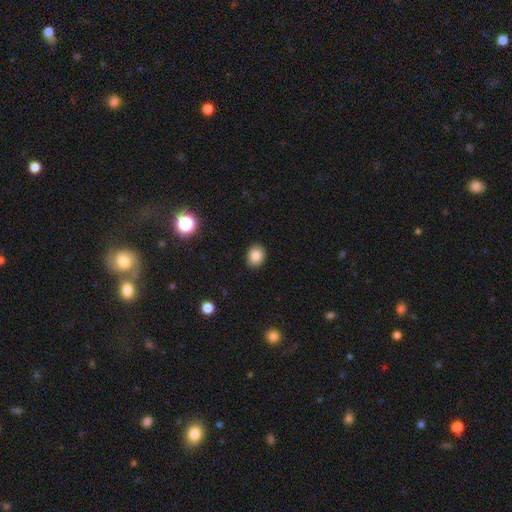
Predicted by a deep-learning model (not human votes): Smooth or featured? smooth (85%)
How rounded? round (54%)
Merging? none (89%)